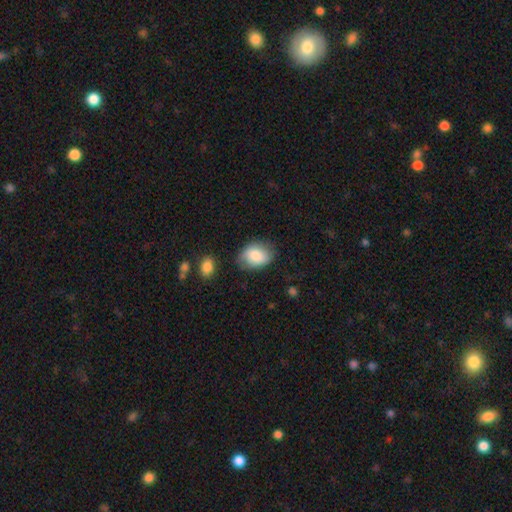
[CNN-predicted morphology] smooth_or_featured: smooth (p=0.80) [alt: featured or disk p=0.13]
how_rounded: in between (p=0.72) [alt: round p=0.27]
merging: none (p=0.69) [alt: minor disturbance p=0.23]